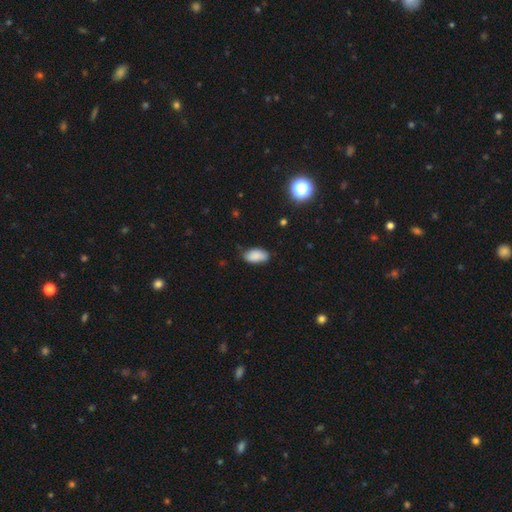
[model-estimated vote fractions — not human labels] smooth 87%, star or artifact 8%, featured or disk 6%. Down the decision tree: how rounded — in between (94%); merging — none (74%).